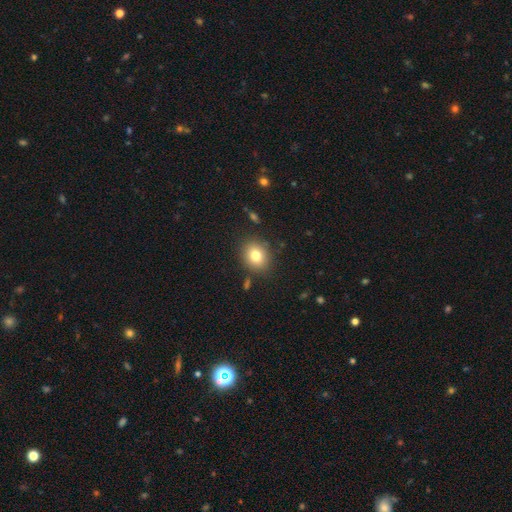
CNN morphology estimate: Smooth or featured: smooth — 79% (star or artifact — 11%)
How rounded: round — 61% (in between — 38%)
Merging: none — 85% (minor disturbance — 9%)